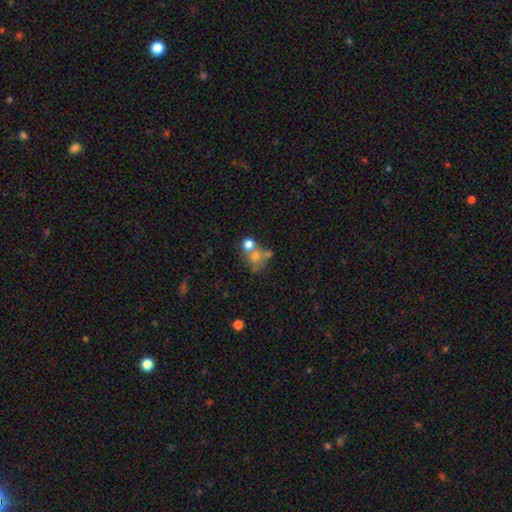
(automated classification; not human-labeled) A smooth galaxy with no disk features (60%) that is round (71%). Merging: merger (46%).